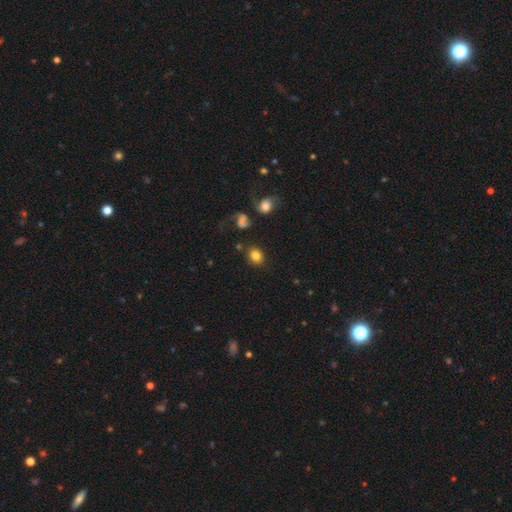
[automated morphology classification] smooth 82%, star or artifact 10%, featured or disk 8%. Down the decision tree: how rounded — round (53%); merging — none (81%).